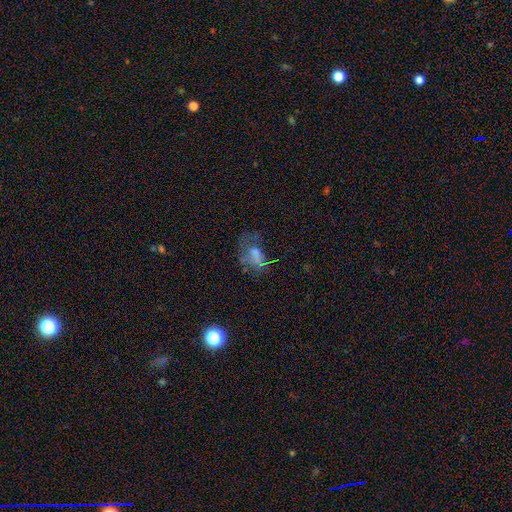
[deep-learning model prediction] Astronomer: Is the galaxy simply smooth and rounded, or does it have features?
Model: smooth — 50% (runner-up: featured or disk, 33%).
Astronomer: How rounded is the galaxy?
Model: in between — 80%.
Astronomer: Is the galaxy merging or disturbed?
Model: major disturbance — 45% (runner-up: none, 27%).